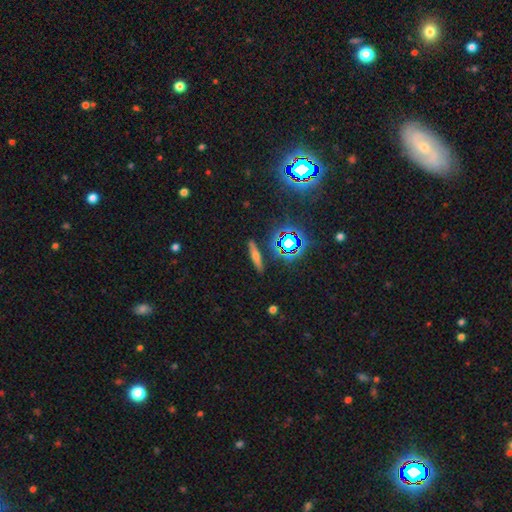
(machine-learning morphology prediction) Q: Smooth or featured?
A: smooth (44%); runner-up: featured or disk (33%)
Q: Merging?
A: none (87%); runner-up: minor disturbance (9%)